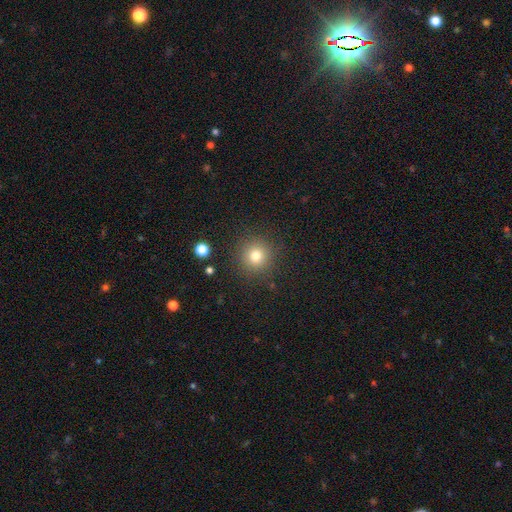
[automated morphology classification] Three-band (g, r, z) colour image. It shows a smooth galaxy with no disk features (77%) that is round (94%). Merging: none (89%).